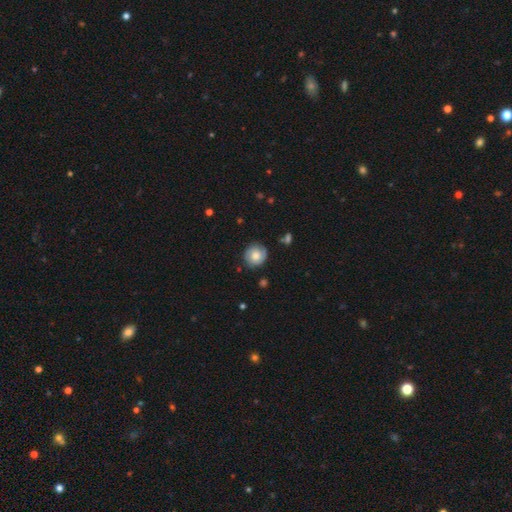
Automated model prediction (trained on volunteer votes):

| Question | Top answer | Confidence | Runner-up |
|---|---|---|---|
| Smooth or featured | smooth | 71% | featured or disk (21%) |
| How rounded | round | 88% | in between (12%) |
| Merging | none | 81% | minor disturbance (14%) |